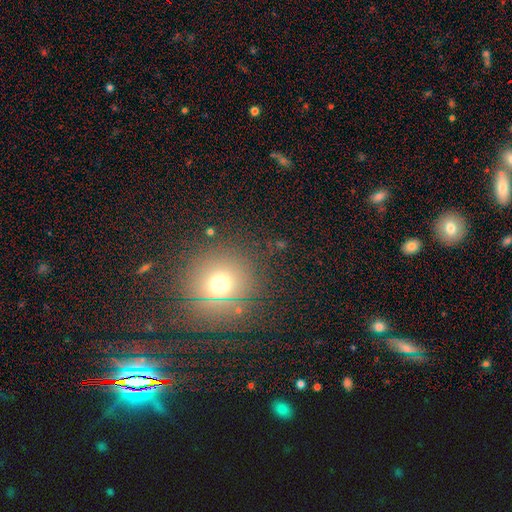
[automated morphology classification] Overall: smooth (49%; star or artifact 37%). Merging: none (86%).